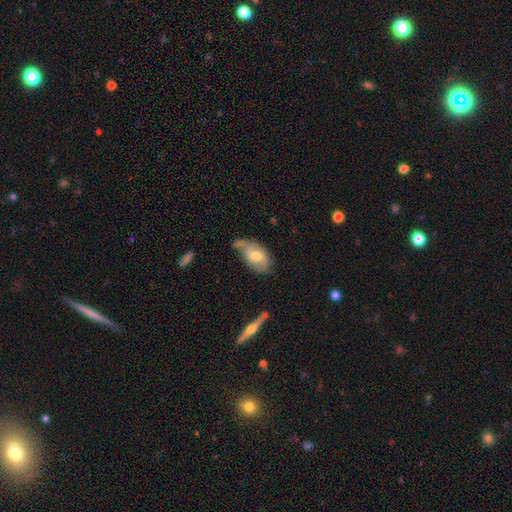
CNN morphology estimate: smooth_or_featured: smooth (p=0.53) [alt: featured or disk p=0.40]
how_rounded: in between (p=0.90) [alt: round p=0.08]
merging: none (p=0.41) [alt: minor disturbance p=0.34]